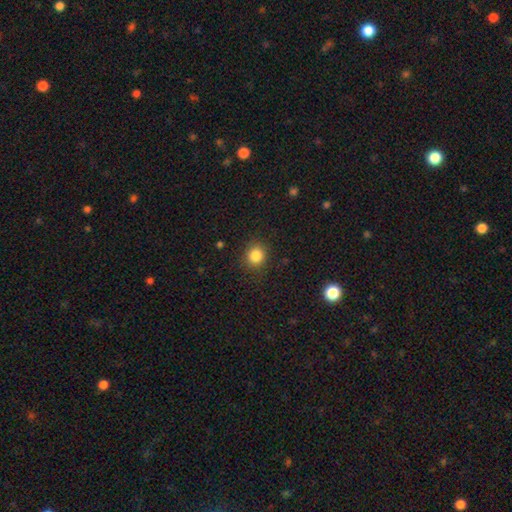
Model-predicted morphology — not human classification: A smooth galaxy with no disk features (84%) that is round (83%). Merging: none (87%).